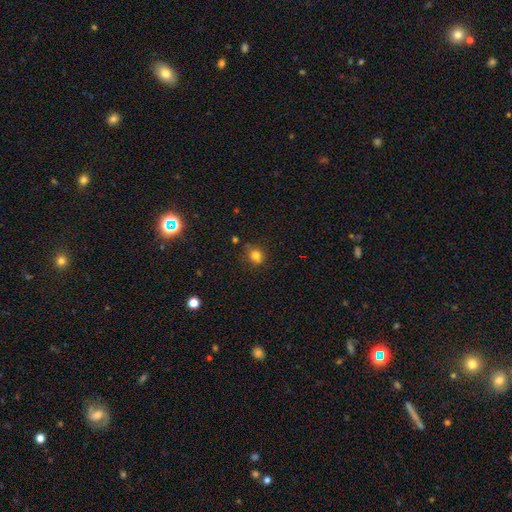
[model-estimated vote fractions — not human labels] smooth 78%, star or artifact 15%, featured or disk 7%. Down the decision tree: how rounded — round (83%); merging — none (77%).